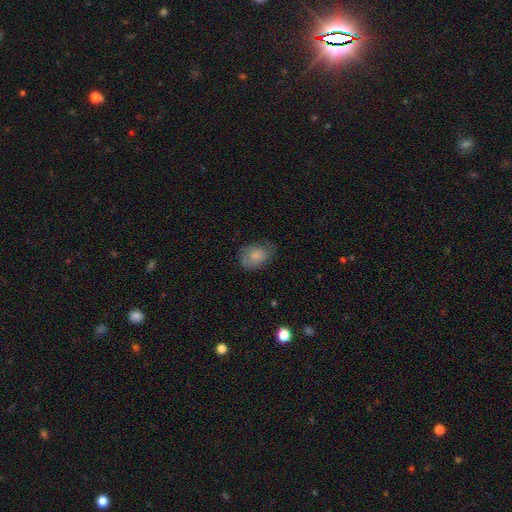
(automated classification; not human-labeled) Smooth or featured: smooth — 75% (featured or disk — 17%)
How rounded: in between — 73% (round — 26%)
Merging: none — 62% (minor disturbance — 28%)